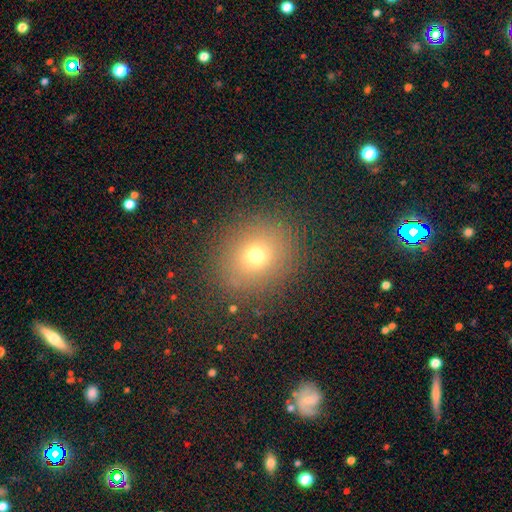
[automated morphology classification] A smooth galaxy with no disk features (69%) that is round (74%). Merging: none (85%).